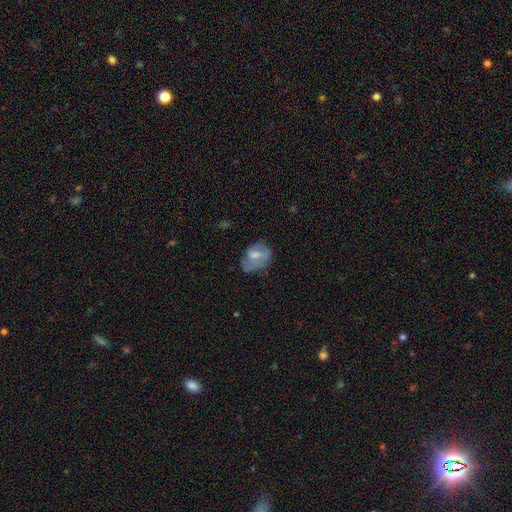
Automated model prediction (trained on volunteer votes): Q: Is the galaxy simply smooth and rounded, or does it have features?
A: smooth — 57%.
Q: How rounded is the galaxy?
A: in between — 73%.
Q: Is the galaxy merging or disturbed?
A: none — 43%.